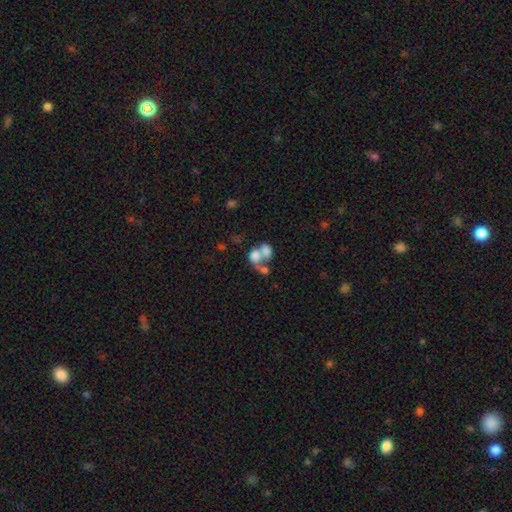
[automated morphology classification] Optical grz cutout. It shows a smooth galaxy with no disk features (65%) that is in between round and cigar-shaped (57%). Merging: merger (66%).